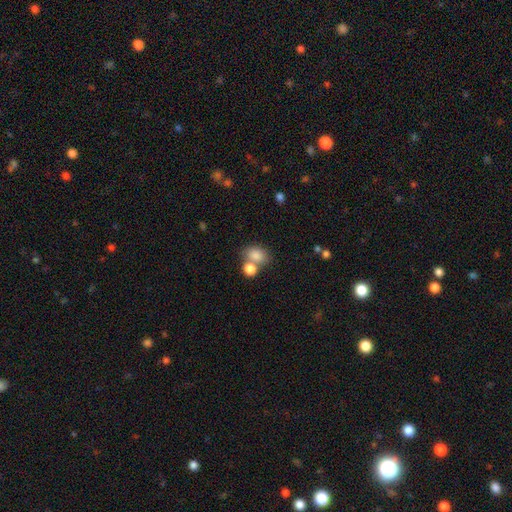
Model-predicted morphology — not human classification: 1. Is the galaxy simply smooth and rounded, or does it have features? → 82% smooth, 10% star or artifact, 8% featured or disk.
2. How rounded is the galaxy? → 62% in between, 37% round, 1% cigar-shaped.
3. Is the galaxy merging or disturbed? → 49% none, 35% merger, 11% minor disturbance, 5% major disturbance.